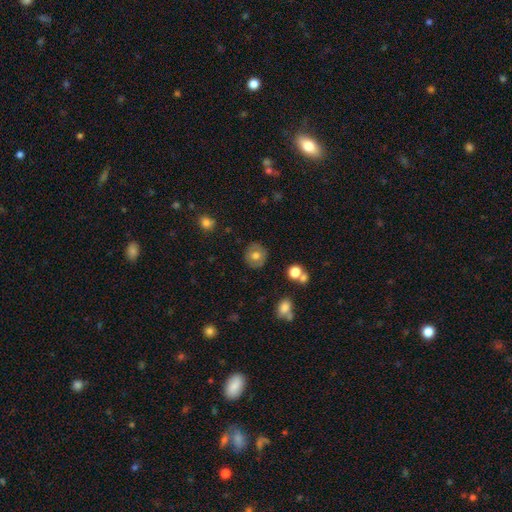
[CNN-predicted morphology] type=smooth (69%); roundness=round (87%); merging=none (87%).